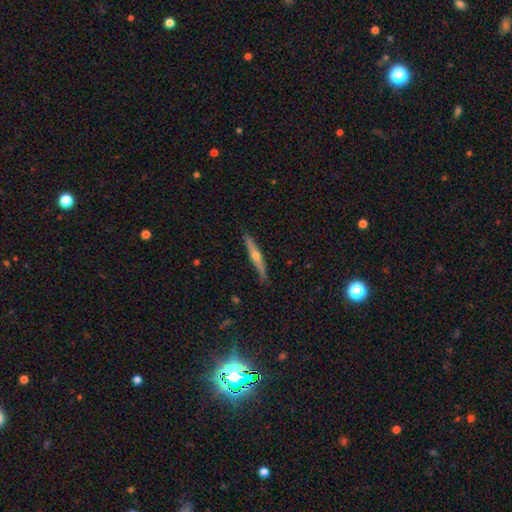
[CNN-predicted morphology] Smooth or featured?
  - featured or disk: 70% *
  - smooth: 22%
  - star or artifact: 8%
Edge-on disk?
  - yes: 97% *
  - no: 3%
Edge-on bulge?
  - rounded: 88% *
  - none: 9%
  - boxy: 3%
Merging?
  - none: 89% *
  - minor disturbance: 8%
  - major disturbance: 2%
  - merger: 1%